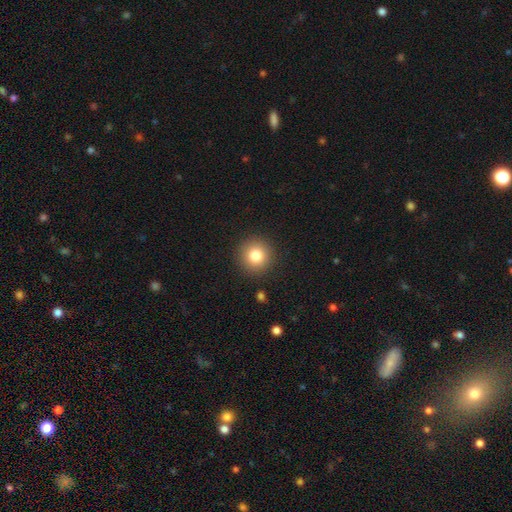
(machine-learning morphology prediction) Smooth or featured? smooth (82%)
How rounded? round (94%)
Merging? none (91%)